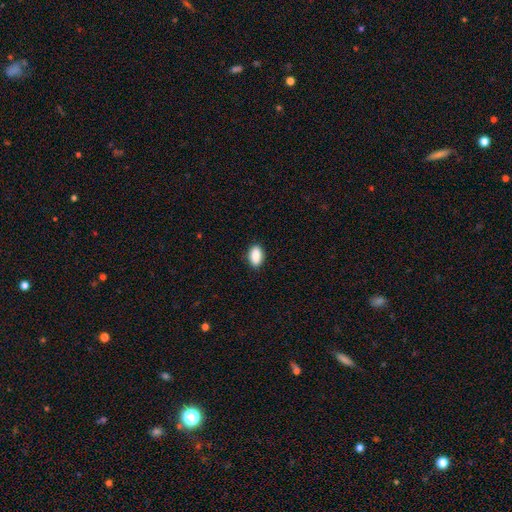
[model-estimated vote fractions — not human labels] smooth 89%, star or artifact 7%, featured or disk 4%. Down the decision tree: how rounded — in between (92%); merging — none (89%).